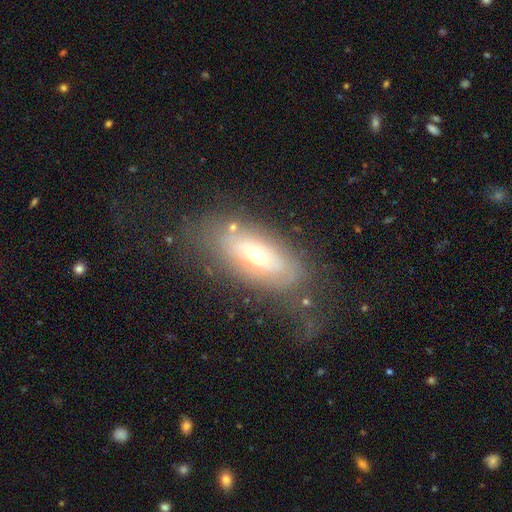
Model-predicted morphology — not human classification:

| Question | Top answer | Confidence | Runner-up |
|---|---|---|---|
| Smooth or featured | featured or disk | 48% | smooth (43%) |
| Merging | none | 63% | minor disturbance (20%) |